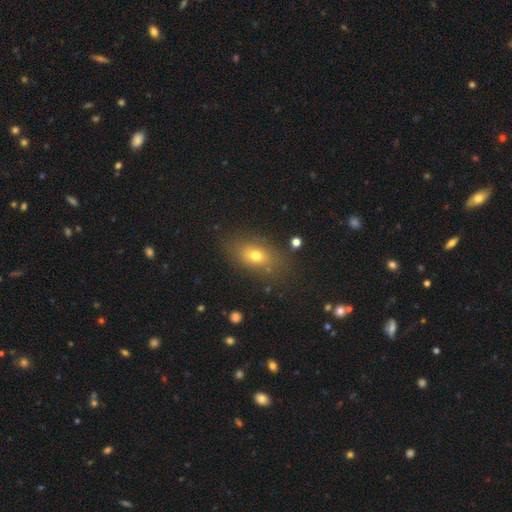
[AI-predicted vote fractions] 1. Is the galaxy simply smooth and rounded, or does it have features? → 71% smooth, 15% featured or disk, 14% star or artifact.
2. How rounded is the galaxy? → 75% in between, 20% round, 5% cigar-shaped.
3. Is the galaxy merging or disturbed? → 80% none, 13% minor disturbance, 5% major disturbance, 2% merger.